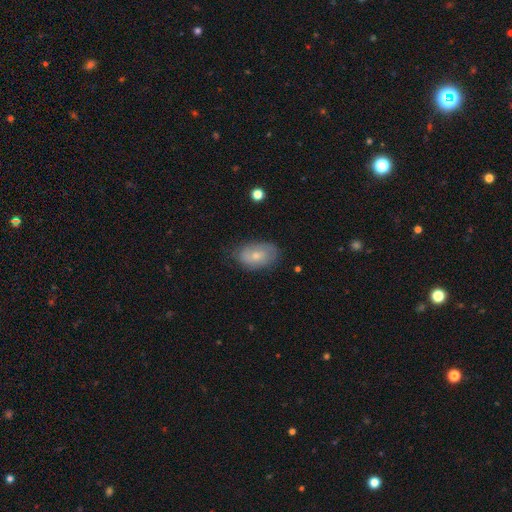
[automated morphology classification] smooth-or-featured: smooth: 56% | featured or disk: 37% | star or artifact: 7%
  how-rounded: in between: 88% | round: 11% | cigar-shaped: 1%
  merging: none: 70% | minor disturbance: 23% | major disturbance: 6% | merger: 1%